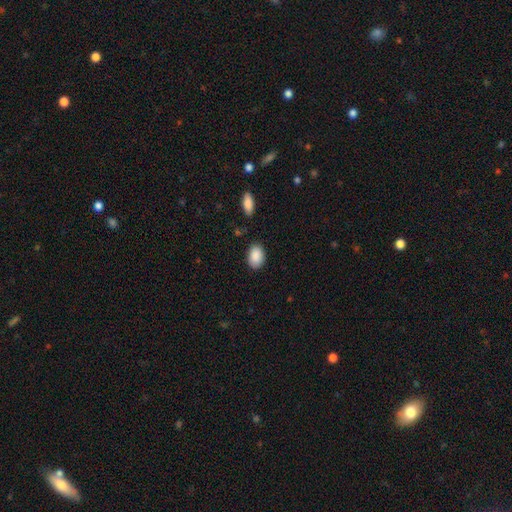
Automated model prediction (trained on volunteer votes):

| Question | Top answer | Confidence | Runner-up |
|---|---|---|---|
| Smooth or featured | smooth | 89% | star or artifact (7%) |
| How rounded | in between | 83% | round (16%) |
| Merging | none | 83% | minor disturbance (12%) |